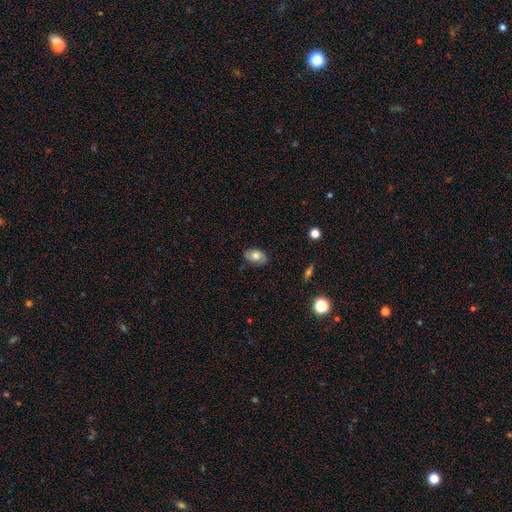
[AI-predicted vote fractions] Q: Smooth or featured?
A: smooth (66%); runner-up: featured or disk (26%)
Q: How rounded?
A: in between (88%); runner-up: round (11%)
Q: Merging?
A: none (80%); runner-up: minor disturbance (16%)